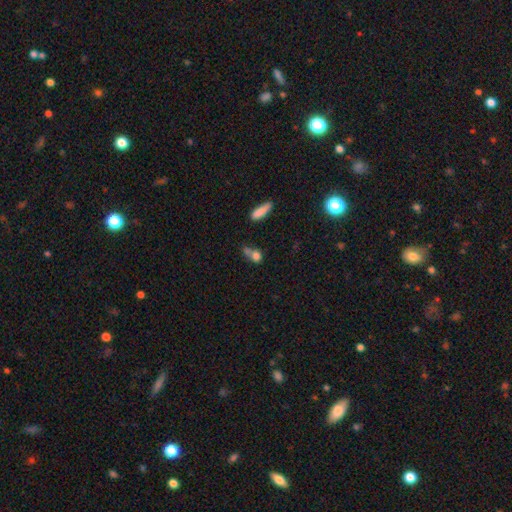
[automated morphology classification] This appears to be a smooth galaxy with no disk features (74%) that is round (46%). Merging: merger (43%).